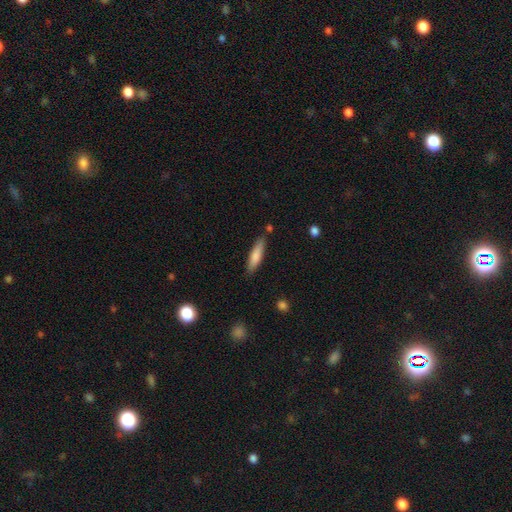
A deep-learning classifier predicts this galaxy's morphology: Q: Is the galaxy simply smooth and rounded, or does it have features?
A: smooth — 77%.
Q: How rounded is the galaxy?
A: cigar-shaped — 78%.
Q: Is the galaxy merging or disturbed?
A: none — 81%.